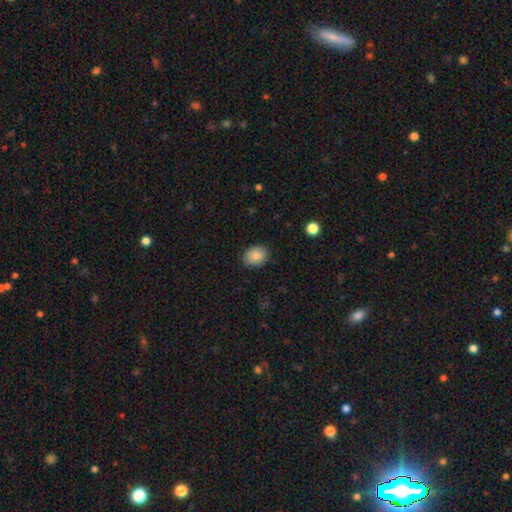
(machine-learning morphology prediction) smooth 88%, star or artifact 8%, featured or disk 4%. Down the decision tree: how rounded — in between (66%); merging — none (88%).